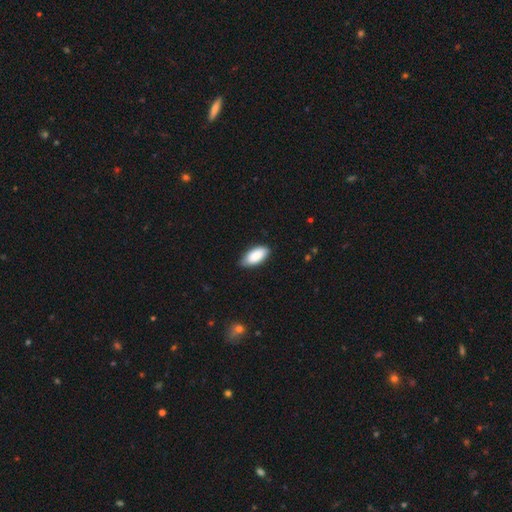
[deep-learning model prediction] Overall: smooth (89%). How rounded: in between (93%). Merging: none (80%).